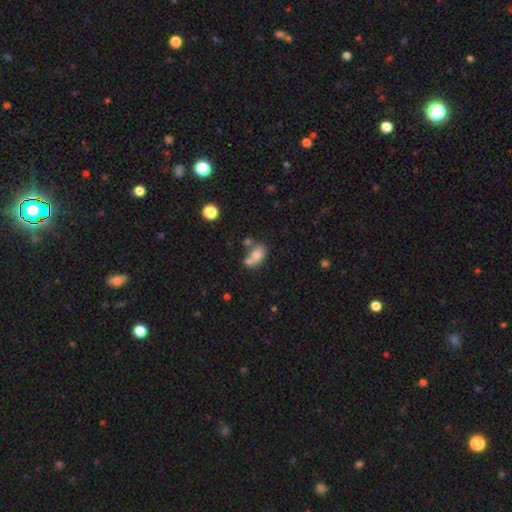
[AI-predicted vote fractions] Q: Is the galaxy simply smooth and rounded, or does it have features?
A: smooth — 74%.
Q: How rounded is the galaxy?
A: in between — 78%.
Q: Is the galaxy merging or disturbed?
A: merger — 44%.